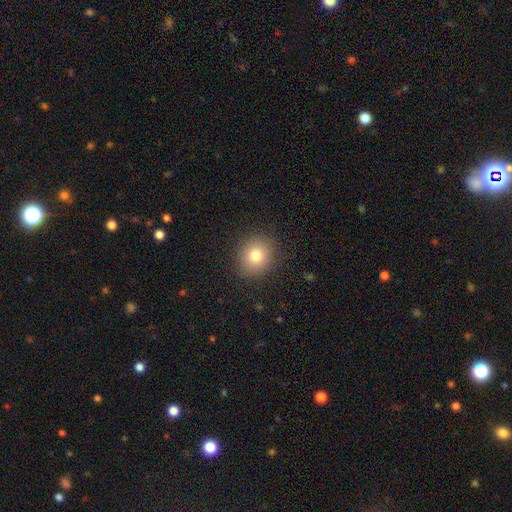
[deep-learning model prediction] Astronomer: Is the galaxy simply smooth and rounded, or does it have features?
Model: smooth — 79%.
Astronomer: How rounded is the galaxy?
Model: round — 82%.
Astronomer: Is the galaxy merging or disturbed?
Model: none — 89%.